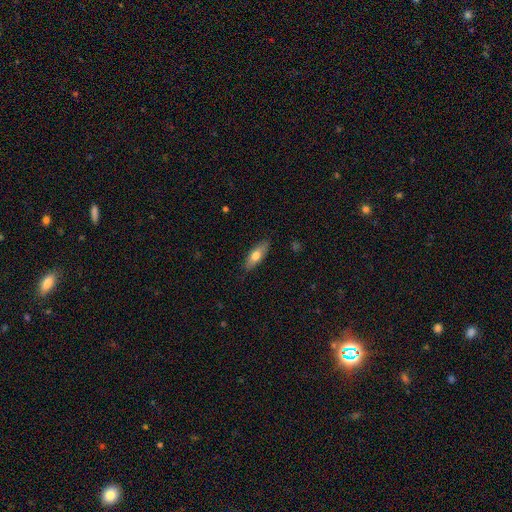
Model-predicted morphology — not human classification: Smooth or featured: smooth — 69% (featured or disk — 25%)
How rounded: in between — 62% (cigar-shaped — 35%)
Merging: none — 86% (minor disturbance — 11%)